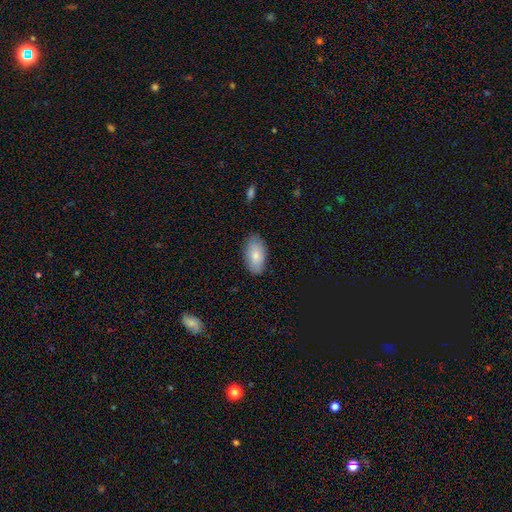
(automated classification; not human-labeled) A smooth galaxy with no disk features (82%) that is in between round and cigar-shaped (94%). Merging: none (84%).